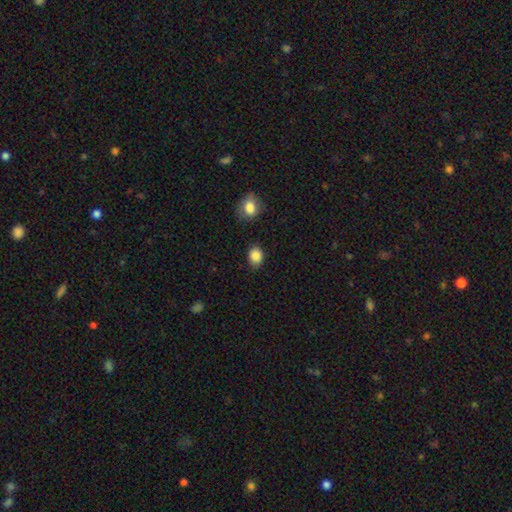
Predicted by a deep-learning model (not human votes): The model was most divided on "how rounded": in between: 57%, round: 42%, cigar-shaped: 1%. More confident: smooth or featured — smooth (86%); merging — none (79%).